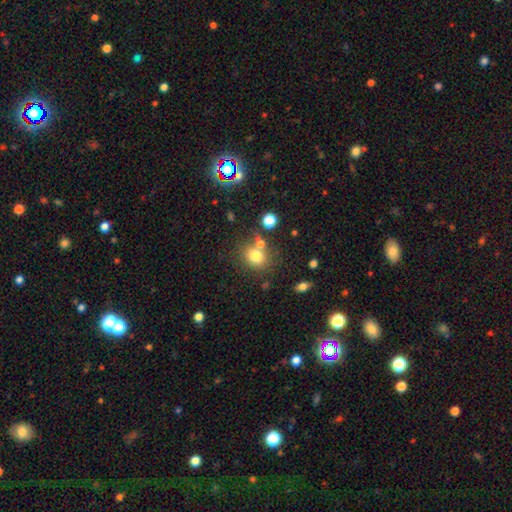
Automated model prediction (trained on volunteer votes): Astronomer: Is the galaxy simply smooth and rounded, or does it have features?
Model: smooth — 76%.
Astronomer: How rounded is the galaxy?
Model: round — 63%.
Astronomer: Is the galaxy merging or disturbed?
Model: none — 63%.